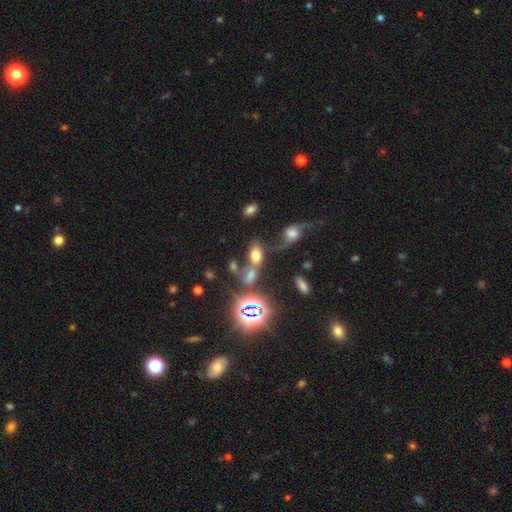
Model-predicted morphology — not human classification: This appears to be a smooth galaxy with no disk features (58%) that is in between round and cigar-shaped (85%). Merging: merger (42%).